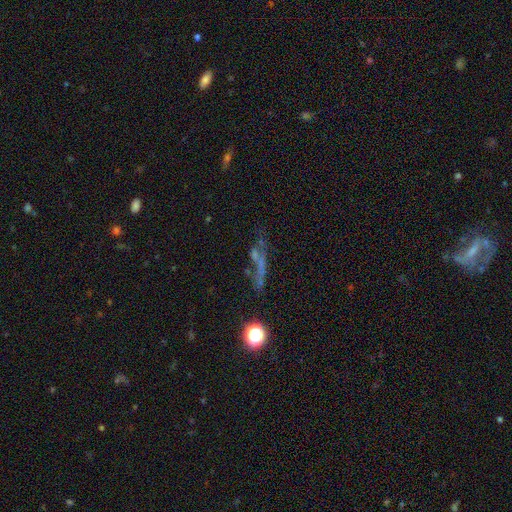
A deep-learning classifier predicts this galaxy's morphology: This is marginally a featured or disk galaxy (36%). Merging: possibly none (52%).